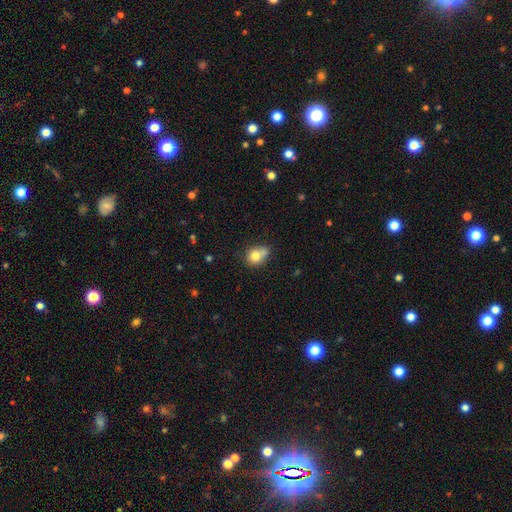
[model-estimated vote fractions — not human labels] smooth-or-featured: smooth: 78% | featured or disk: 12% | star or artifact: 10%
  how-rounded: round: 66% | in between: 32% | cigar-shaped: 1%
  merging: none: 45% | merger: 26% | minor disturbance: 22% | major disturbance: 7%